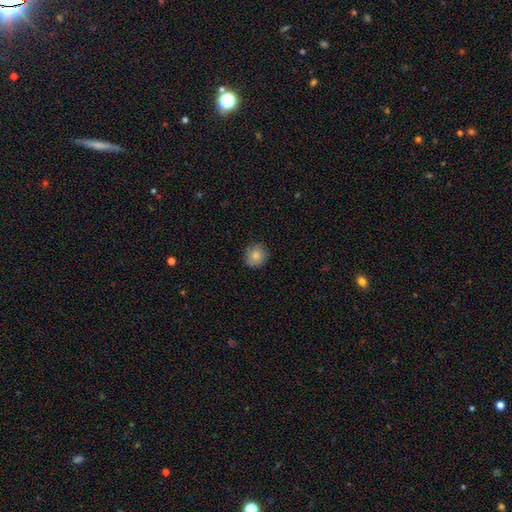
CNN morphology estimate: Smooth or featured? Predicted: smooth (p=0.83). How rounded? Predicted: round (p=0.89). Merging? Predicted: none (p=0.84).